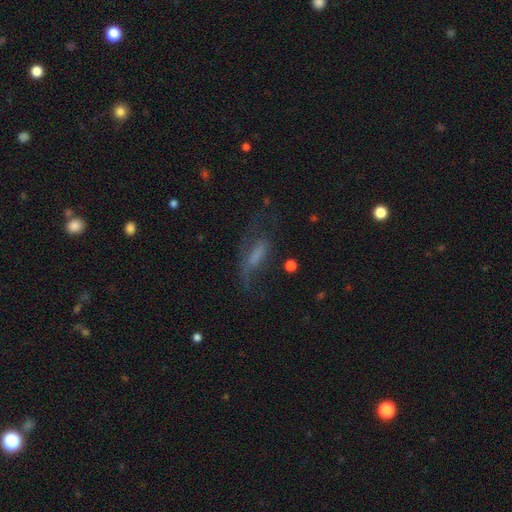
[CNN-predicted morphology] A featured or disk galaxy (47%).

Vote fractions:
- Smooth or featured? featured or disk: 47% / smooth: 39% / star or artifact: 15%
- Merging? major disturbance: 38% / none: 37% / minor disturbance: 21% / merger: 4%